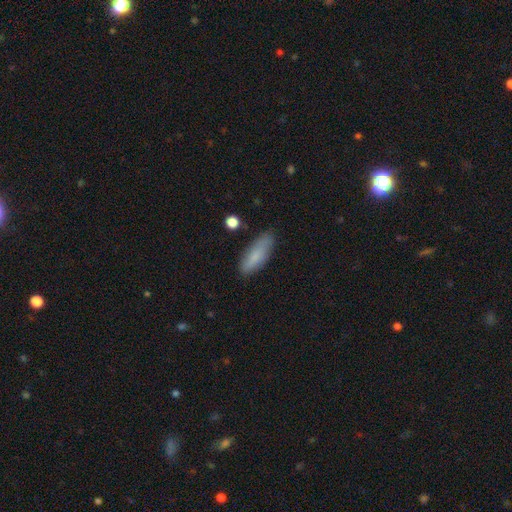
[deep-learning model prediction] This is clearly a smooth galaxy (80%). How rounded: likely in between (61%). Merging: likely none (78%).